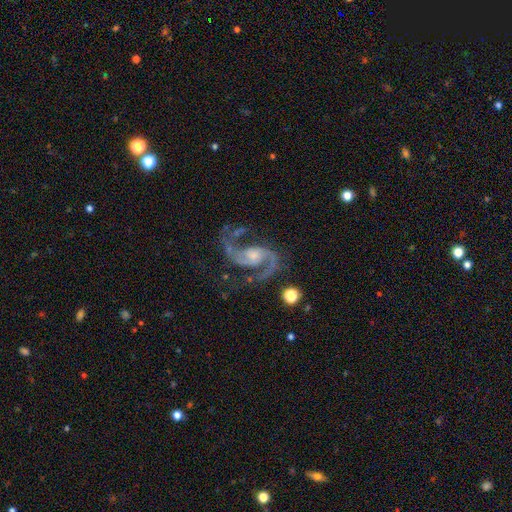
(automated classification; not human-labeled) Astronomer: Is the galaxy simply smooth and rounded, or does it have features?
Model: featured or disk — 93%.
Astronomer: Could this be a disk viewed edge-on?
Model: no — 98%.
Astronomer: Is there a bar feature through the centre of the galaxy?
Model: no — 44% (runner-up: weak, 42%).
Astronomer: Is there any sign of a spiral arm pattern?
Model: yes — 99%.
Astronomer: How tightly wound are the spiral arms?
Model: medium — 61%.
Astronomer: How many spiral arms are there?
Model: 2 — 93%.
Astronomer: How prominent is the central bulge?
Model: small — 44% (runner-up: moderate, 40%).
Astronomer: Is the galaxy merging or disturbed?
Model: none — 71%.